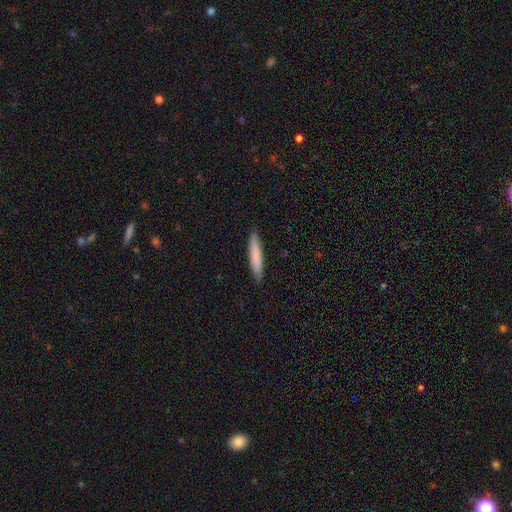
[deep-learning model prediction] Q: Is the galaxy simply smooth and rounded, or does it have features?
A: smooth — 78%.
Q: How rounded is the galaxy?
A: cigar-shaped — 92%.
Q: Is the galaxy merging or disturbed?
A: none — 90%.